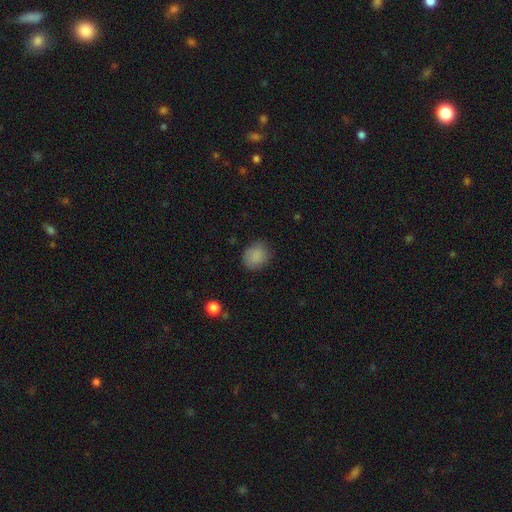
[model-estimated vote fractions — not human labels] smooth-or-featured: smooth: 87% | star or artifact: 9% | featured or disk: 5%
  how-rounded: round: 67% | in between: 32% | cigar-shaped: 1%
  merging: none: 81% | minor disturbance: 15% | major disturbance: 3% | merger: 1%